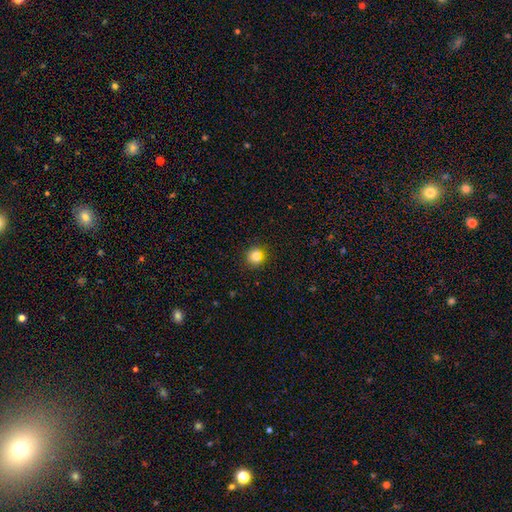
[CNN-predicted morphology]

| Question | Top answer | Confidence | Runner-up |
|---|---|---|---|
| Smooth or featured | smooth | 82% | star or artifact (13%) |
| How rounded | round | 86% | in between (13%) |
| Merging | none | 89% | minor disturbance (7%) |